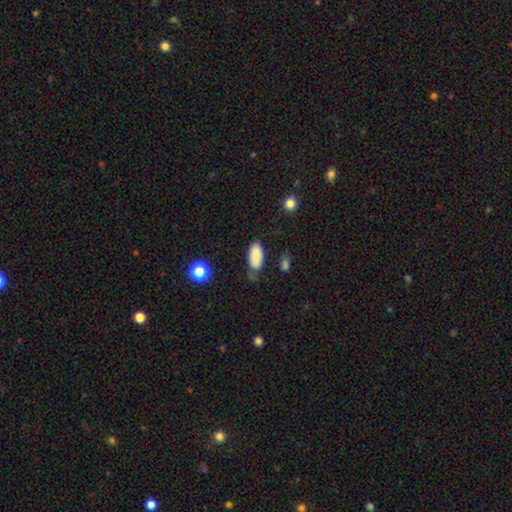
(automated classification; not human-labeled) A smooth galaxy with no disk features (84%) that is in between round and cigar-shaped (91%). Merging: none (55%).